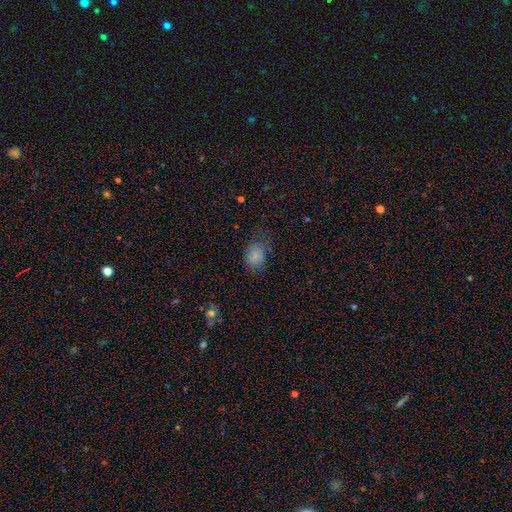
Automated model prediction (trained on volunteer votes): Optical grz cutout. It shows a smooth galaxy with no disk features (76%) that is in between round and cigar-shaped (78%). Merging: none (49%).